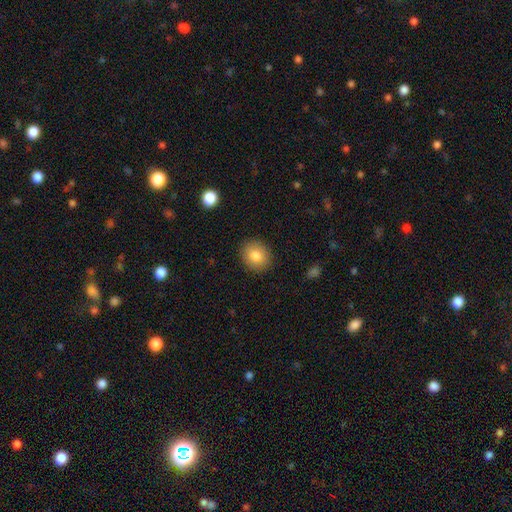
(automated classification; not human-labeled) Smooth or featured? Predicted: smooth (p=0.83). How rounded? Predicted: round (p=0.74). Merging? Predicted: none (p=0.90).